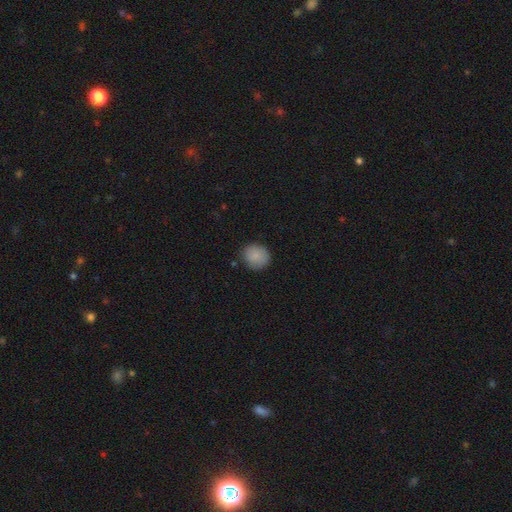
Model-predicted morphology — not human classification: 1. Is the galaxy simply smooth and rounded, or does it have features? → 87% smooth, 8% star or artifact, 4% featured or disk.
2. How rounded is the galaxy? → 83% round, 16% in between, 1% cigar-shaped.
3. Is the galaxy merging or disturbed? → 83% none, 12% minor disturbance, 3% major disturbance, 2% merger.